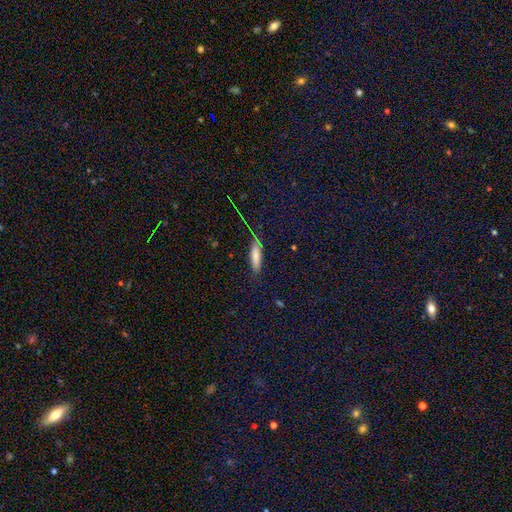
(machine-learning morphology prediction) A smooth galaxy with no disk features (70%) that is cigar-shaped (67%). Merging: none (75%).